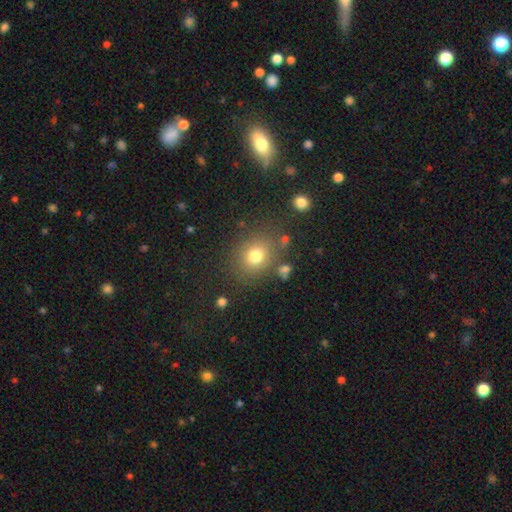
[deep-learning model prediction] Overall: smooth (76%). How rounded: round (68%; in between 31%). Merging: none (79%).